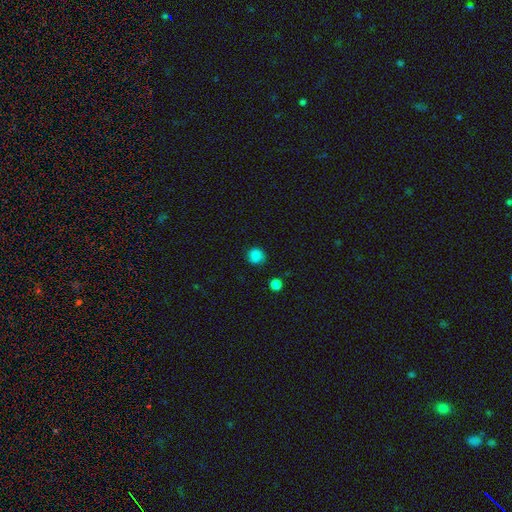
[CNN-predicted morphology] smooth_or_featured: smooth (p=0.84) [alt: star or artifact p=0.13]
how_rounded: round (p=0.87) [alt: in between p=0.12]
merging: none (p=0.79) [alt: minor disturbance p=0.15]